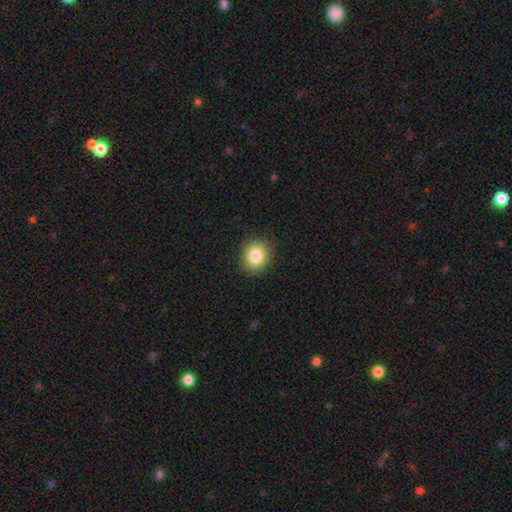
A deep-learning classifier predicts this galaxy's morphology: A smooth galaxy with no disk features (83%) that is round (73%). Merging: none (87%).